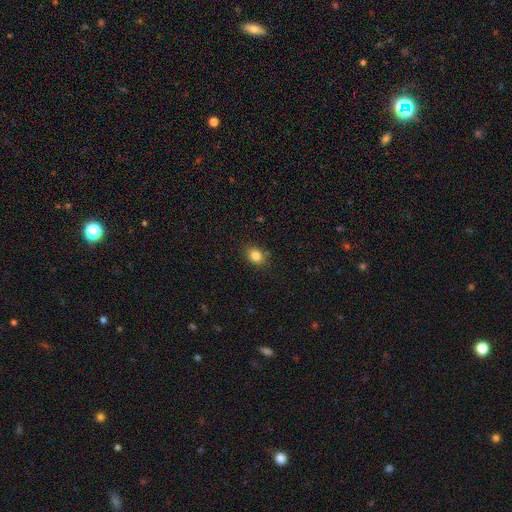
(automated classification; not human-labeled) Morphology: type=smooth (83%); roundness=in between (59%); merging=none (83%).